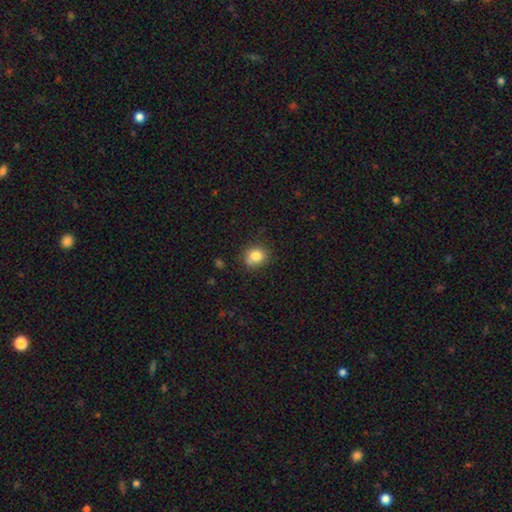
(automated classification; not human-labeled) Overall: smooth (82%). How rounded: round (75%). Merging: none (73%).